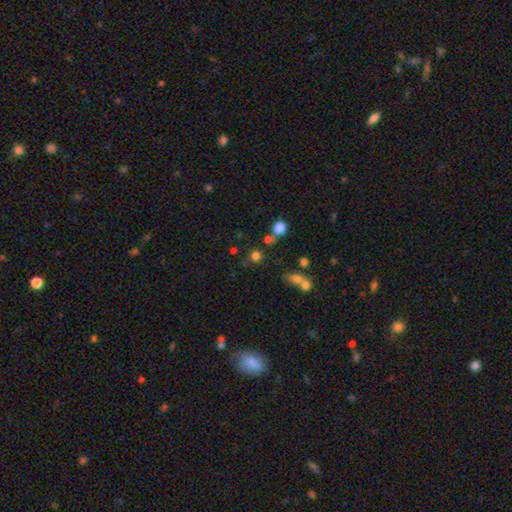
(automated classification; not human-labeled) smooth_or_featured: smooth (p=0.73) [alt: star or artifact p=0.19]
how_rounded: round (p=0.87) [alt: in between p=0.11]
merging: none (p=0.65) [alt: merger p=0.19]